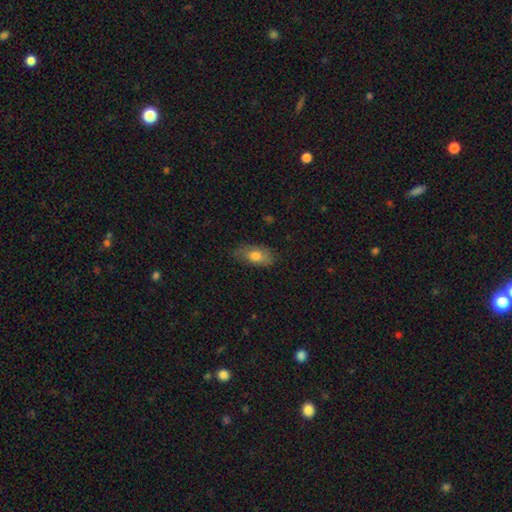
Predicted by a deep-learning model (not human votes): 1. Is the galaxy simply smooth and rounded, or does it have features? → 73% smooth, 20% featured or disk, 7% star or artifact.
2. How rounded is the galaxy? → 89% in between, 6% round, 5% cigar-shaped.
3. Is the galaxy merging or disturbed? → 65% none, 27% minor disturbance, 7% major disturbance, 1% merger.